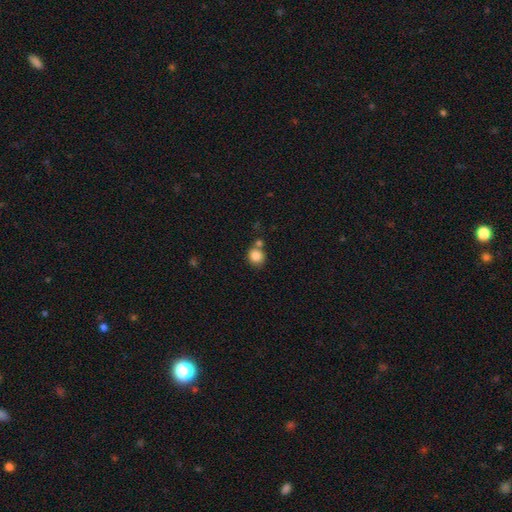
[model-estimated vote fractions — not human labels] Morphology: type=smooth (84%); roundness=round (85%); merging=none (64%).